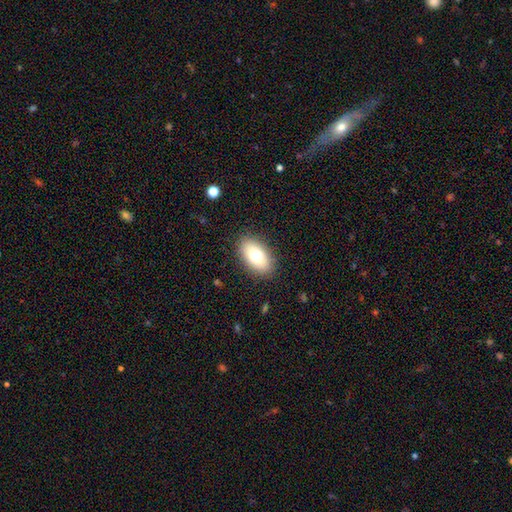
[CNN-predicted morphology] The model was most divided on "smooth or featured": smooth: 75%, featured or disk: 17%, star or artifact: 8%. More confident: how rounded — in between (92%); merging — none (87%).